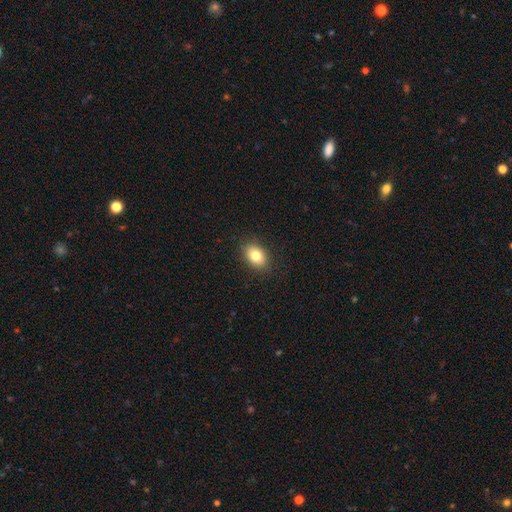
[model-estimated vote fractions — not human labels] Morphology: type=smooth (80%); roundness=in between (76%); merging=none (88%).